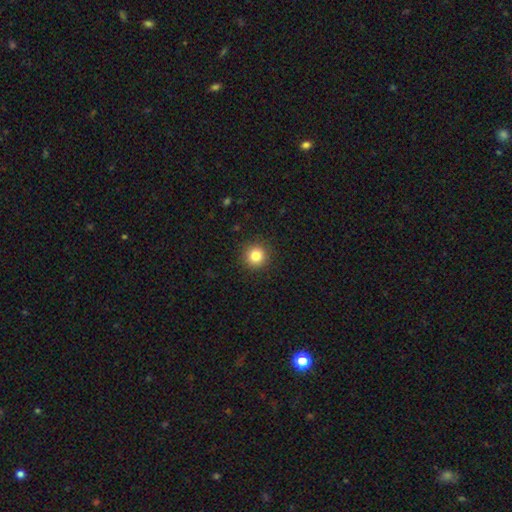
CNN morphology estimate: Q: Smooth or featured?
A: smooth (84%); runner-up: star or artifact (11%)
Q: How rounded?
A: round (94%); runner-up: in between (5%)
Q: Merging?
A: none (91%); runner-up: minor disturbance (6%)